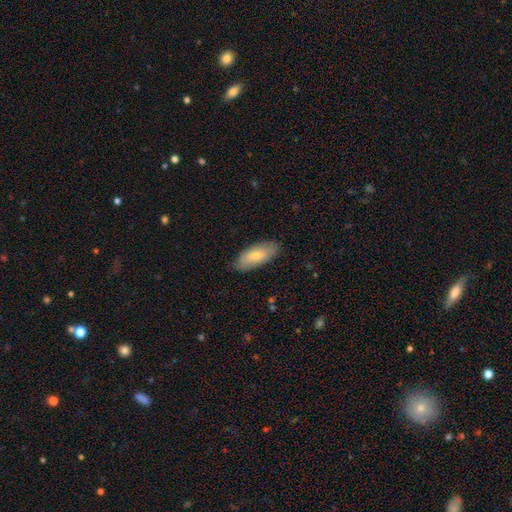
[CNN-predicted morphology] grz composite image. It shows a smooth galaxy with no disk features (75%) that is in between round and cigar-shaped (83%). Merging: none (81%).